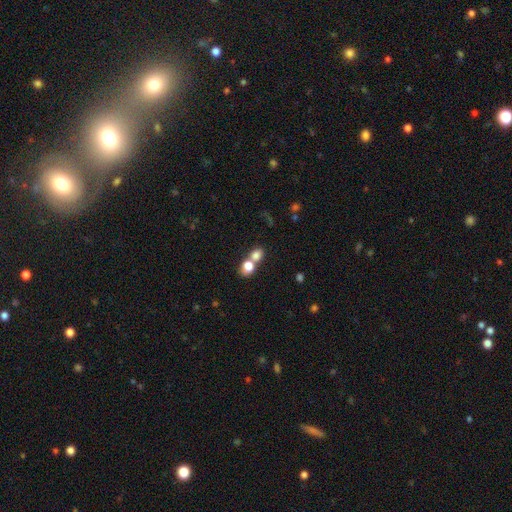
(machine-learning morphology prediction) smooth_or_featured: smooth (p=0.76) [alt: featured or disk p=0.13]
how_rounded: round (p=0.55) [alt: in between p=0.44]
merging: merger (p=0.60) [alt: none p=0.30]